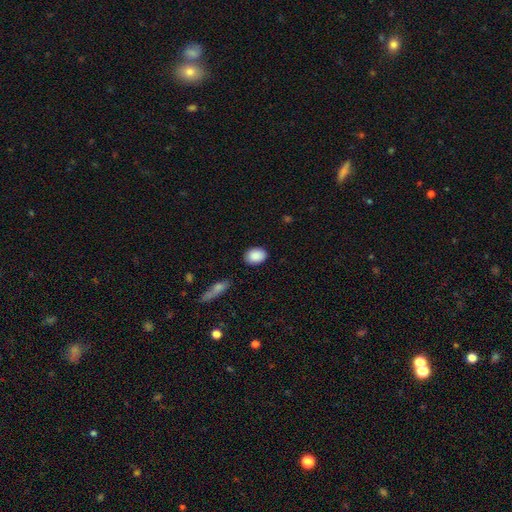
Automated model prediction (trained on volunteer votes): A smooth galaxy with no disk features (89%) that is in between round and cigar-shaped (71%).

Vote fractions:
- Smooth or featured? smooth: 89% / star or artifact: 7% / featured or disk: 4%
- How rounded? in between: 71% / round: 28% / cigar-shaped: 1%
- Merging? none: 86% / minor disturbance: 10% / major disturbance: 2% / merger: 2%